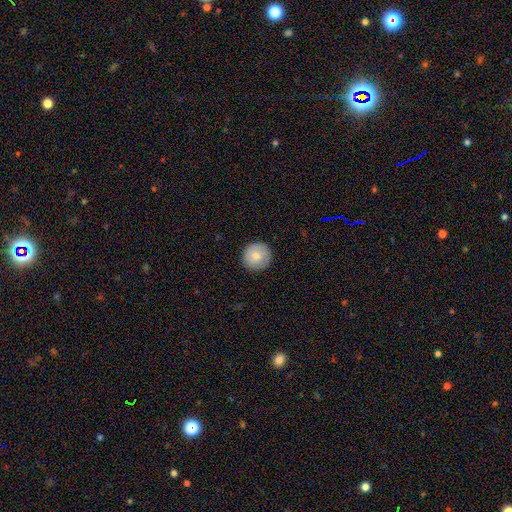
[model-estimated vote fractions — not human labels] This appears to be a smooth galaxy with no disk features (75%) that is round (95%). Merging: none (91%).